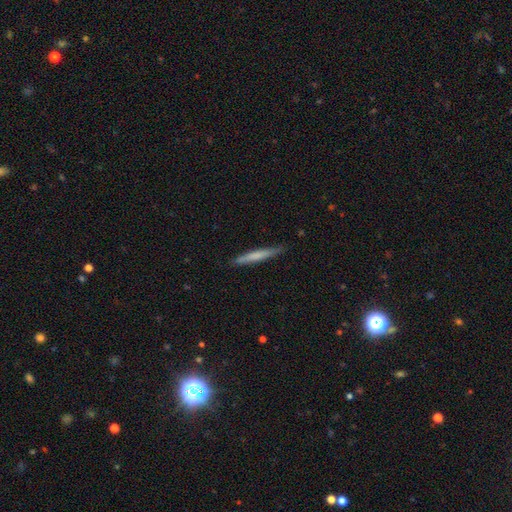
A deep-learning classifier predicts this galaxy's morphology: A smooth galaxy with no disk features (59%) that is cigar-shaped (96%).

Vote fractions:
- Smooth or featured? smooth: 59% / featured or disk: 35% / star or artifact: 5%
- How rounded? cigar-shaped: 96% / in between: 3% / round: 1%
- Merging? none: 88% / minor disturbance: 9% / major disturbance: 2% / merger: 1%